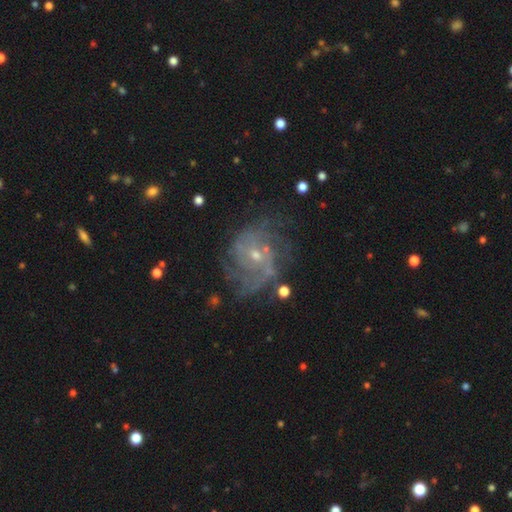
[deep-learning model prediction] featured or disk 84%, star or artifact 9%, smooth 7%. Down the decision tree: edge-on disk — no (98%); bar — no (62%); spiral arms — yes (93%); spiral arm count — can't tell (33%); spiral winding — tight (45%); bulge size — small (66%); merging — none (64%).